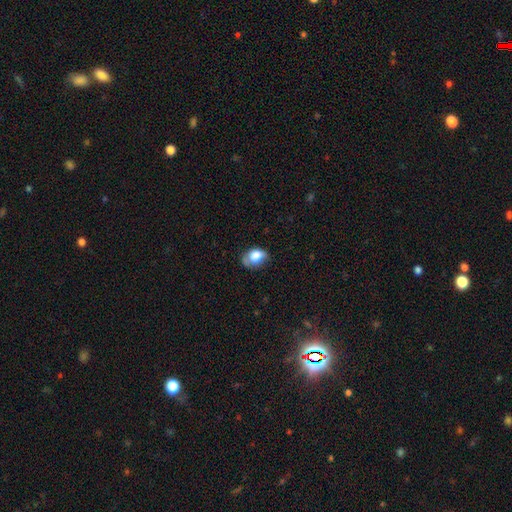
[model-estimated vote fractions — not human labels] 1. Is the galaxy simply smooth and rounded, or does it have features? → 73% smooth, 18% featured or disk, 9% star or artifact.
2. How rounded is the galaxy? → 72% in between, 26% round, 1% cigar-shaped.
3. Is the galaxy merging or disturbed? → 41% none, 38% minor disturbance, 17% major disturbance, 4% merger.